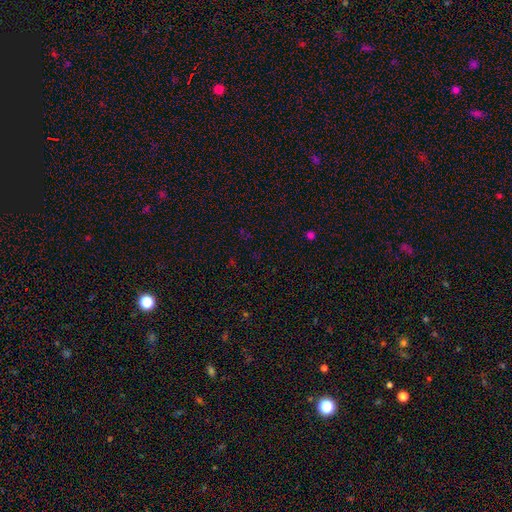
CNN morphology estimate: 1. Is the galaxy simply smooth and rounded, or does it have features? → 65% star or artifact, 28% smooth, 8% featured or disk.